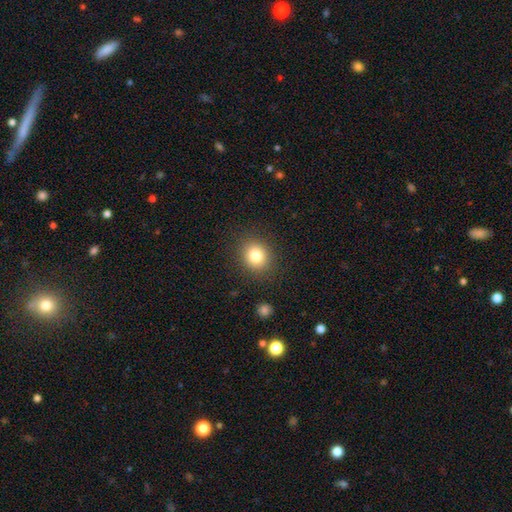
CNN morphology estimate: Smooth or featured? smooth (81%)
How rounded? round (77%)
Merging? none (88%)